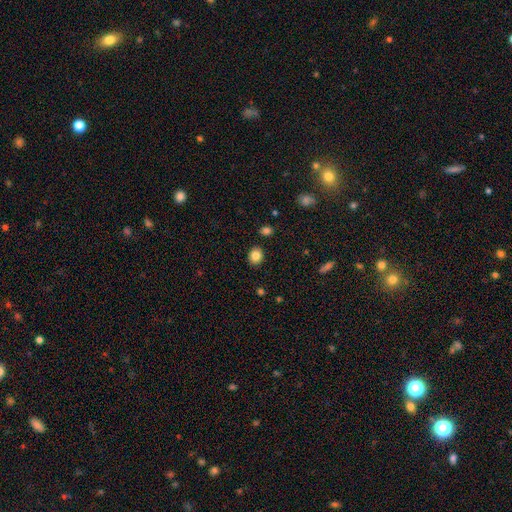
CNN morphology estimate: type=smooth (85%); roundness=round (68%); merging=none (89%).